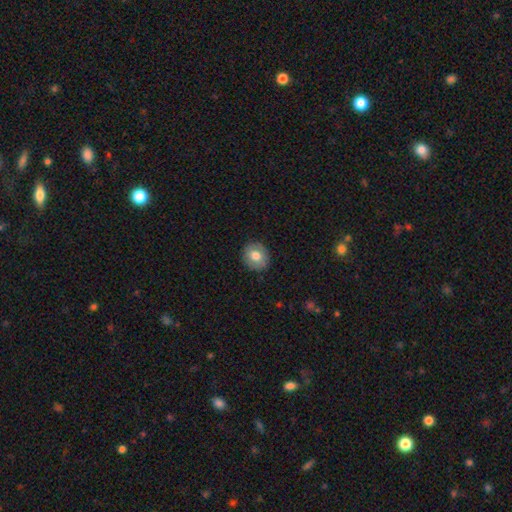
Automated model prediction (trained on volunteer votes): Overall: smooth (75%). How rounded: round (84%). Merging: none (89%).